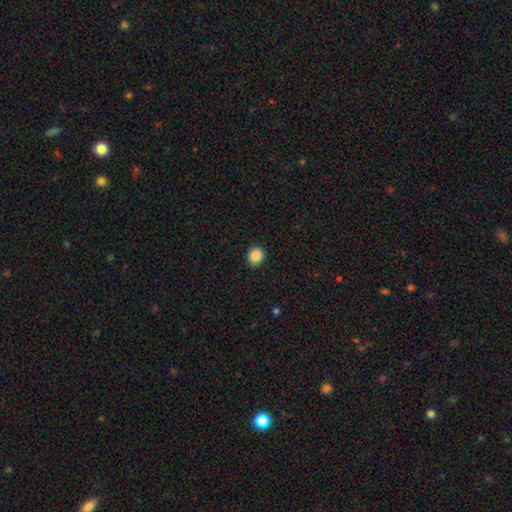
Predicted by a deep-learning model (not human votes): A smooth galaxy with no disk features (87%) that is round (77%).

Vote fractions:
- Smooth or featured? smooth: 87% / star or artifact: 9% / featured or disk: 3%
- How rounded? round: 77% / in between: 22% / cigar-shaped: 1%
- Merging? none: 91% / minor disturbance: 6% / major disturbance: 2% / merger: 1%